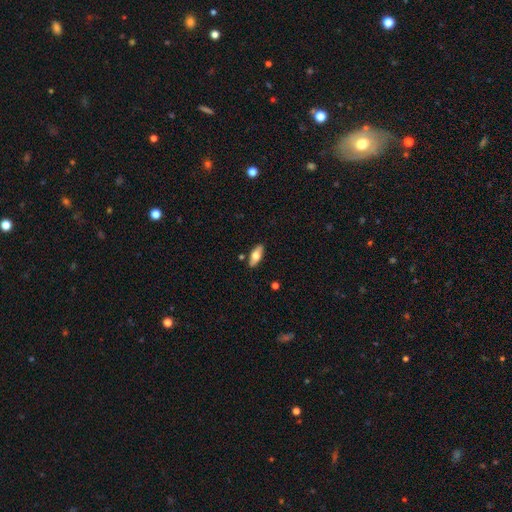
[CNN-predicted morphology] The model was most divided on "smooth or featured": smooth: 59%, featured or disk: 35%, star or artifact: 6%. More confident: merging — none (85%); how rounded — in between (78%).